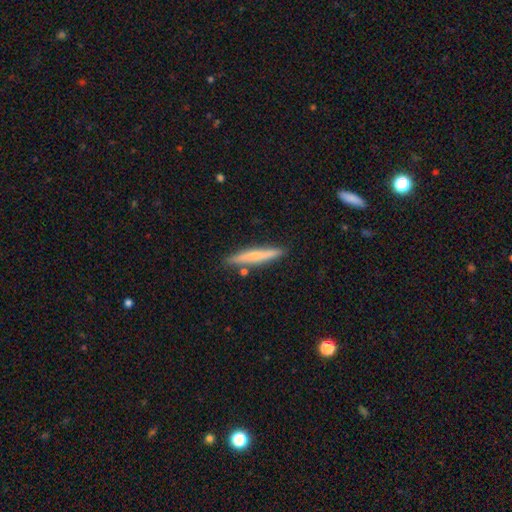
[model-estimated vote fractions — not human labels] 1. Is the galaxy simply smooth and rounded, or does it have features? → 61% smooth, 33% featured or disk, 6% star or artifact.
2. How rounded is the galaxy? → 94% cigar-shaped, 5% in between, 1% round.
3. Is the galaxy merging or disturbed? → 85% none, 9% minor disturbance, 3% merger, 2% major disturbance.